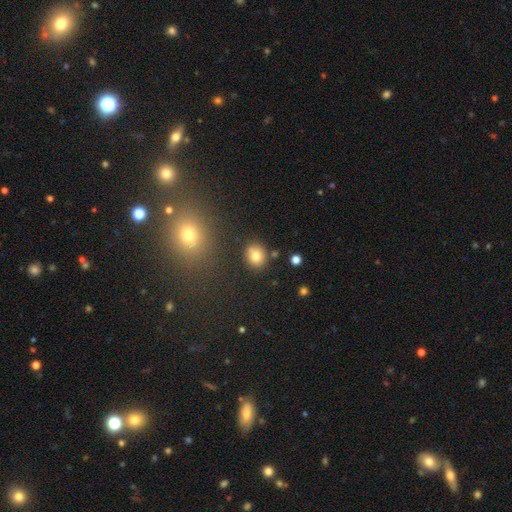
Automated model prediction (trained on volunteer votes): Smooth or featured: smooth — 79% (star or artifact — 12%)
How rounded: round — 66% (in between — 33%)
Merging: none — 81% (minor disturbance — 10%)